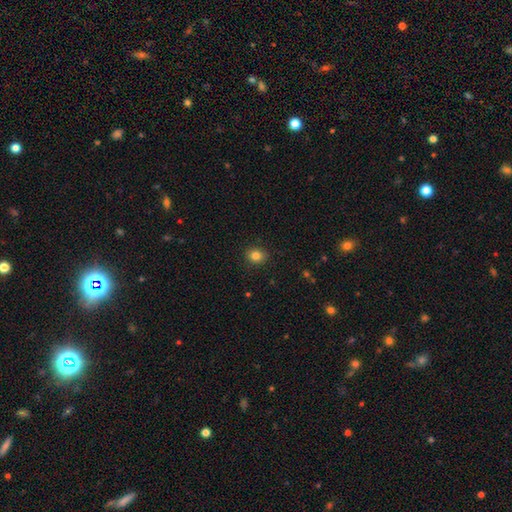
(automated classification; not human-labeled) smooth 83%, star or artifact 12%, featured or disk 6%. Down the decision tree: how rounded — round (72%); merging — none (89%).